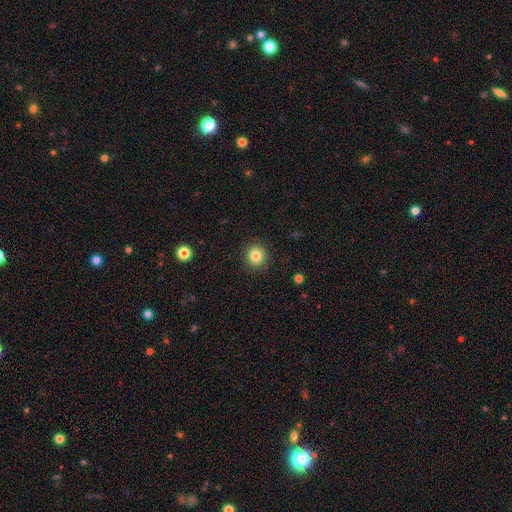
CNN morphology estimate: The model was most divided on "smooth or featured": smooth: 83%, star or artifact: 11%, featured or disk: 6%. More confident: how rounded — round (91%); merging — none (89%).